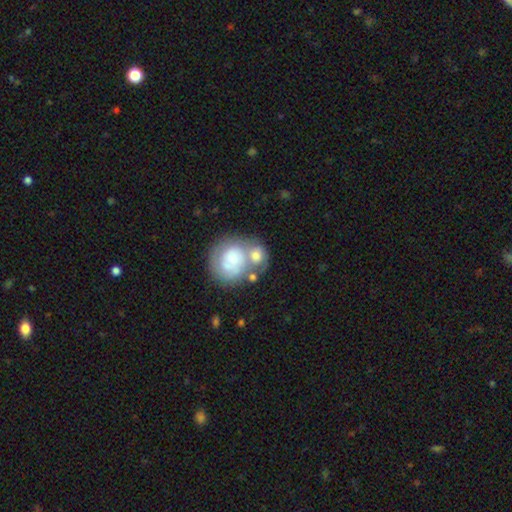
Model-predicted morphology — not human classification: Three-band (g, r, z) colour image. It shows a smooth galaxy with no disk features (52%) that is round (74%). Merging: merger (54%).